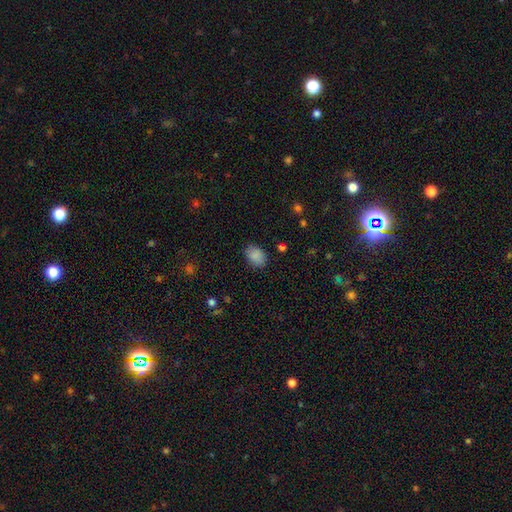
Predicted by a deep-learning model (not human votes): Smooth or featured: smooth — 87% (star or artifact — 9%)
How rounded: in between — 76% (round — 23%)
Merging: none — 83% (minor disturbance — 12%)